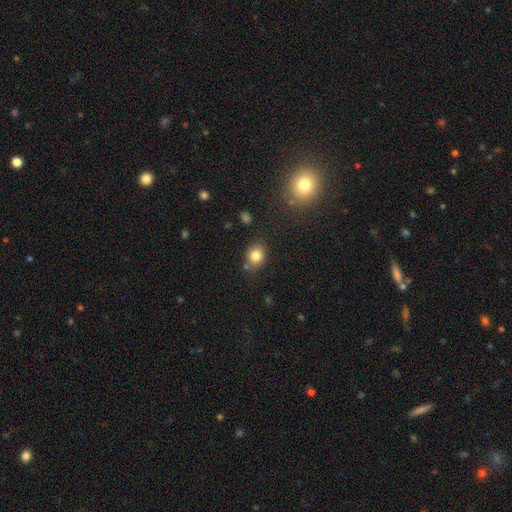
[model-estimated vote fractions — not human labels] A smooth galaxy with no disk features (82%) that is round (62%). Merging: none (77%).